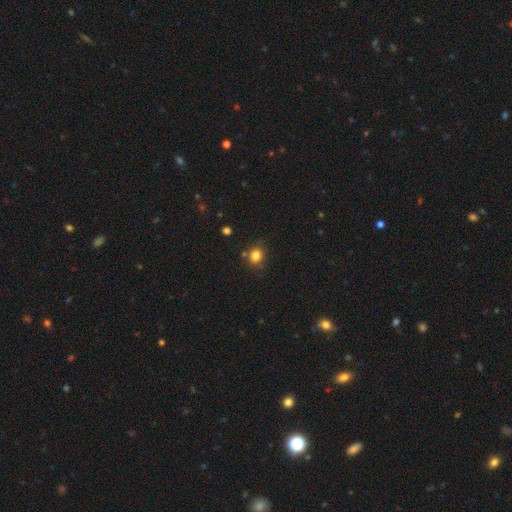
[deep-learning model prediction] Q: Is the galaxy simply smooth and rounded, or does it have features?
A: smooth — 82%.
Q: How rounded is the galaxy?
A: round — 73%.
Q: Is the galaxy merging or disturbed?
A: none — 77%.